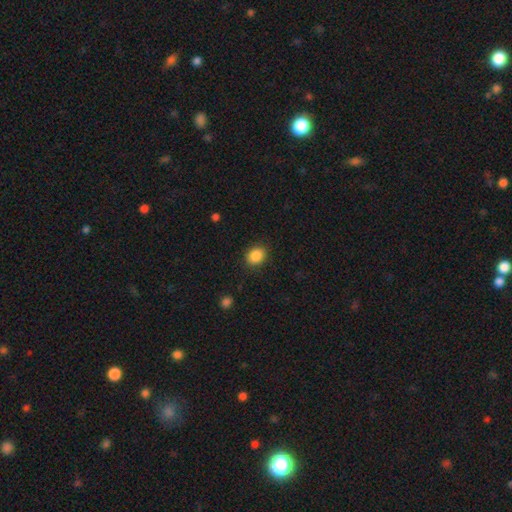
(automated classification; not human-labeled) The model was most divided on "how rounded": round: 57%, in between: 42%, cigar-shaped: 1%. More confident: merging — none (87%); smooth or featured — smooth (87%).